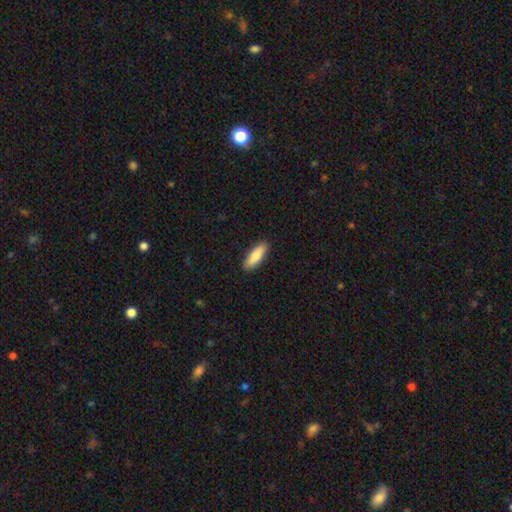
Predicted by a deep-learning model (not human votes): This is clearly a smooth galaxy (82%). How rounded: possibly in between (56%). Merging: clearly none (90%).